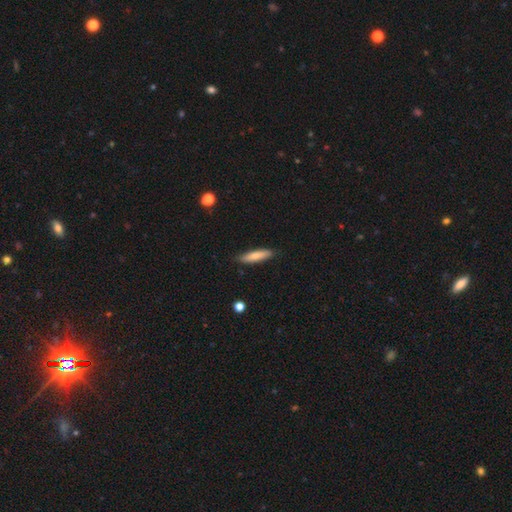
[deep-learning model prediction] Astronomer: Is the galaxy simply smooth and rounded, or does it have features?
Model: smooth — 75%.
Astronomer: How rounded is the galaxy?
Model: cigar-shaped — 79%.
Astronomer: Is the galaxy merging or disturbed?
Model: none — 86%.